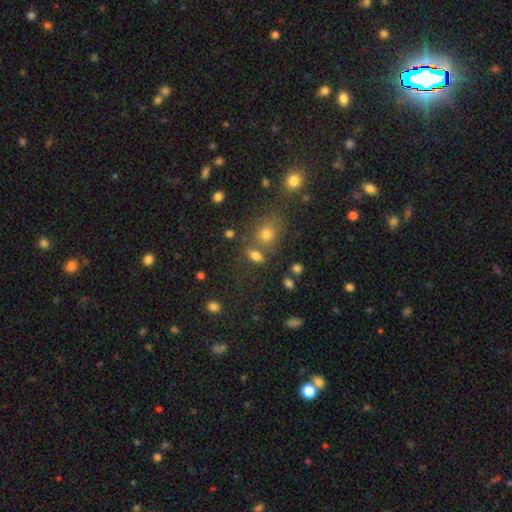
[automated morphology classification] smooth_or_featured: smooth (p=0.72) [alt: star or artifact p=0.15]
how_rounded: in between (p=0.72) [alt: round p=0.17]
merging: none (p=0.64) [alt: merger p=0.18]